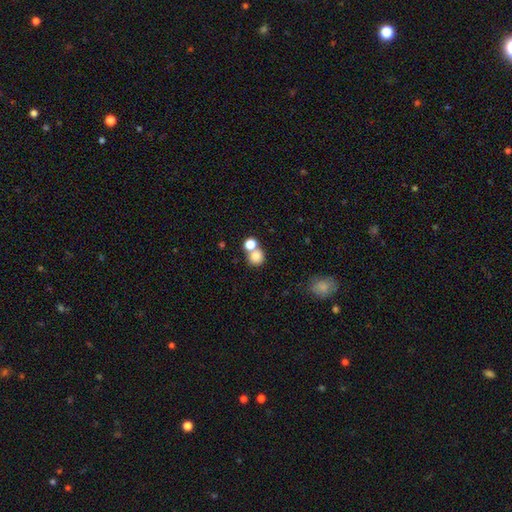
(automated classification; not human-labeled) Smooth or featured: smooth — 80% (star or artifact — 12%)
How rounded: round — 83% (in between — 16%)
Merging: none — 46% (merger — 43%)